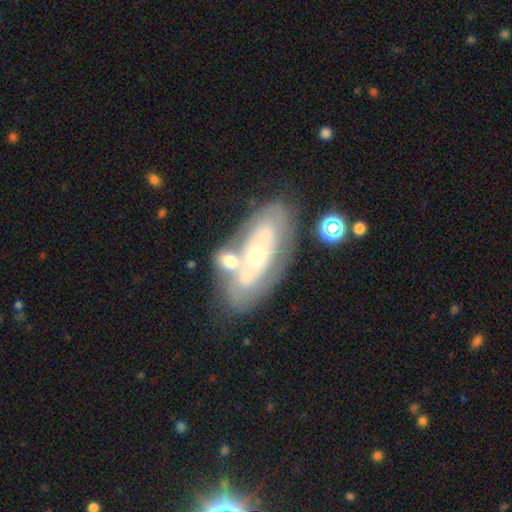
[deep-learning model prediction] smooth_or_featured: featured or disk (p=0.73) [alt: smooth p=0.20]
disk_edge_on: no (p=0.91) [alt: yes p=0.09]
bar: no (p=0.81) [alt: weak p=0.12]
has_spiral_arms: yes (p=0.53) [alt: no p=0.47]
bulge_size: moderate (p=0.52) [alt: small p=0.42]
merging: none (p=0.54) [alt: merger p=0.21]